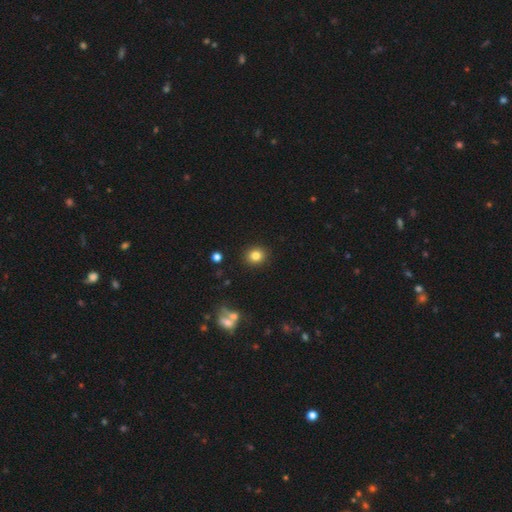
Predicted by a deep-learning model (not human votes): A smooth galaxy with no disk features (82%) that is round (78%). Merging: none (91%).